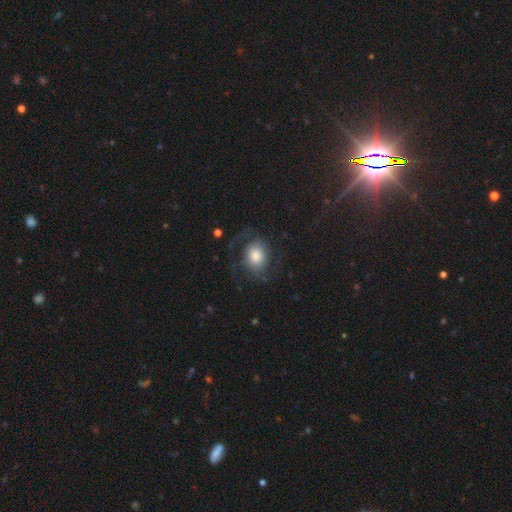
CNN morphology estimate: smooth-or-featured: featured or disk: 52% | smooth: 39% | star or artifact: 9%
  disk-edge-on: no: 97% | yes: 3%
    bar: no: 76% | weak: 20% | strong: 4%
    has-spiral-arms: yes: 84% | no: 16%
    bulge-size: large: 40% | moderate: 34% | small: 12% | dominant: 11% | none: 3%
  merging: none: 57% | major disturbance: 24% | minor disturbance: 17% | merger: 2%